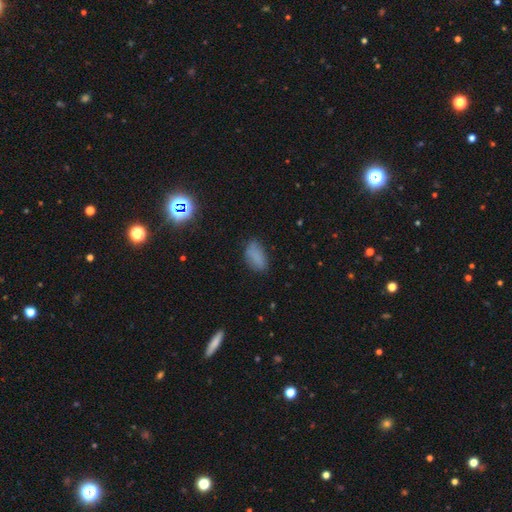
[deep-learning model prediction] smooth-or-featured: smooth: 78% | star or artifact: 13% | featured or disk: 9%
  how-rounded: in between: 91% | cigar-shaped: 5% | round: 4%
  merging: none: 68% | minor disturbance: 23% | major disturbance: 7% | merger: 2%